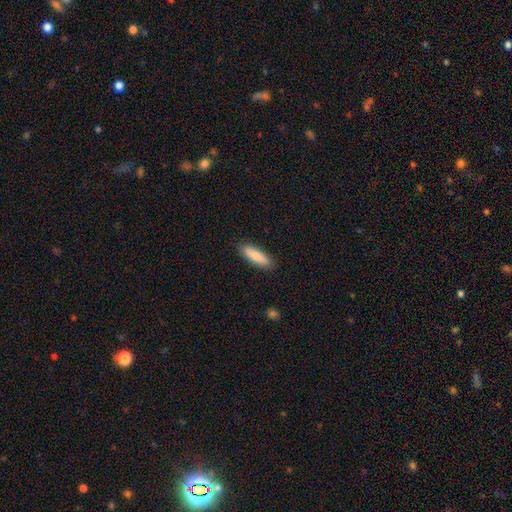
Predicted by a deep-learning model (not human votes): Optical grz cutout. It shows a smooth galaxy with no disk features (83%) that is cigar-shaped (57%). Merging: none (88%).